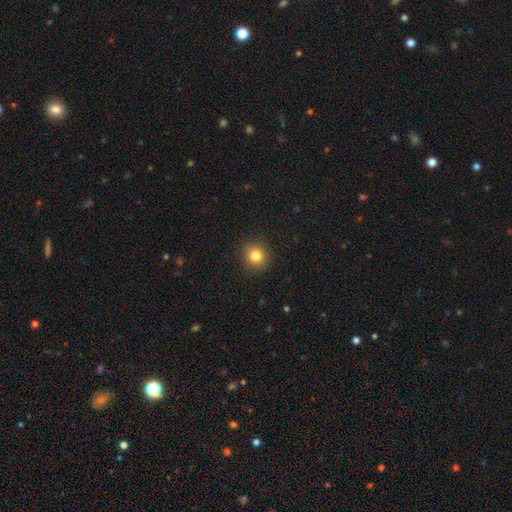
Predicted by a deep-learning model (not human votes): Overall: smooth (83%). How rounded: round (87%). Merging: none (91%).